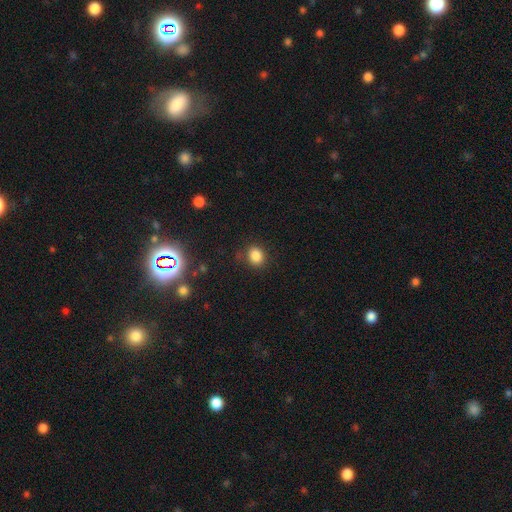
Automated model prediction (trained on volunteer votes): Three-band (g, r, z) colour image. It shows a smooth galaxy with no disk features (84%) that is round (63%). Merging: none (82%).